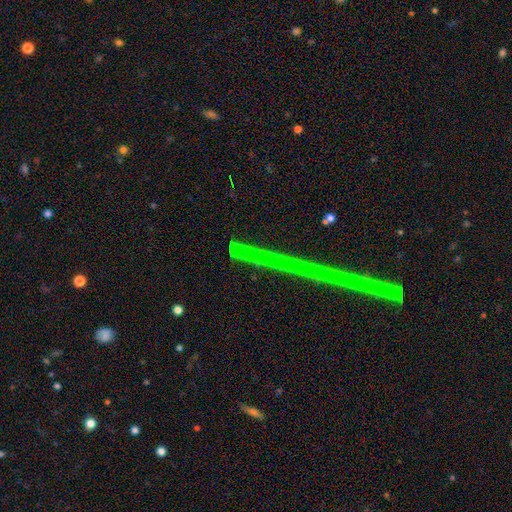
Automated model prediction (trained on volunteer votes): This is likely a star or artifact rather than a galaxy (80%).